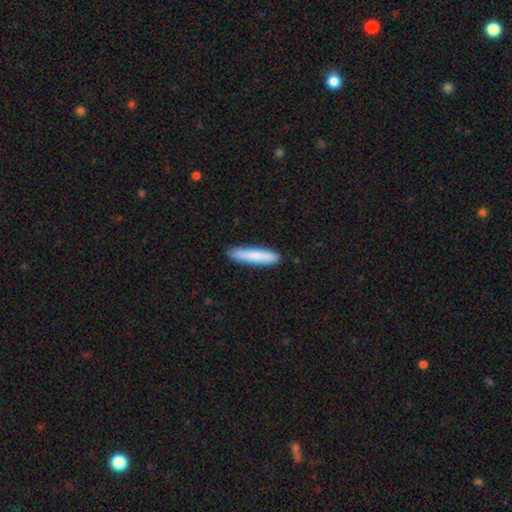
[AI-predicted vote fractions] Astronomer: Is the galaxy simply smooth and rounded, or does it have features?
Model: smooth — 82%.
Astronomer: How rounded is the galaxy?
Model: cigar-shaped — 89%.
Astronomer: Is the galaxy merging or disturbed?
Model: none — 88%.